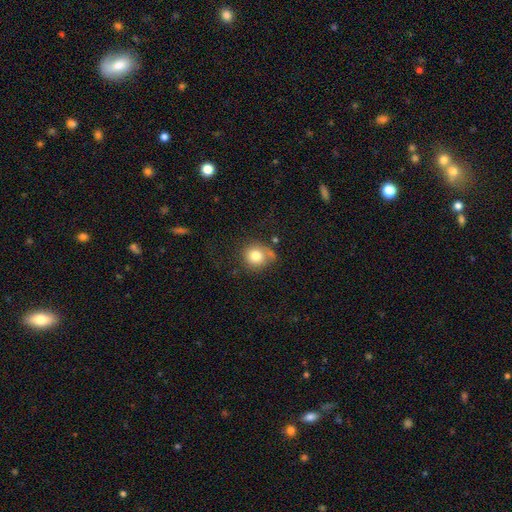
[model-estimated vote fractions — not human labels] Smooth or featured? smooth (79%)
How rounded? round (86%)
Merging? none (63%)